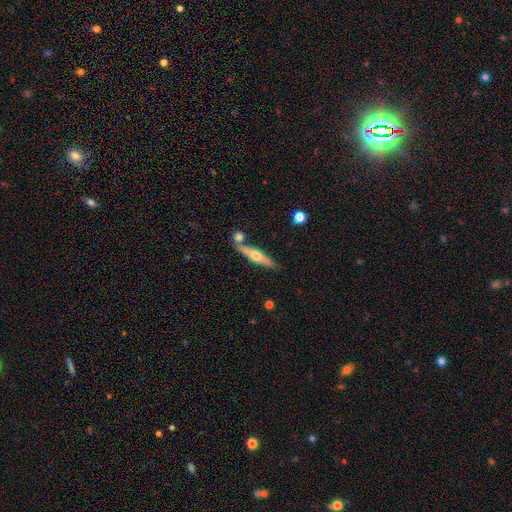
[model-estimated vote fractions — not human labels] This appears to be a featured or disk galaxy (57%) viewed edge-on (93%) with a rounded central bulge (92%). Merging: none (70%).